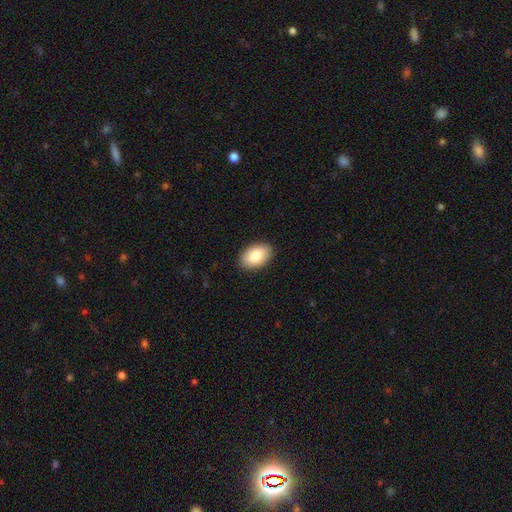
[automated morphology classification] Smooth or featured? Predicted: smooth (p=0.85). How rounded? Predicted: in between (p=0.93). Merging? Predicted: none (p=0.89).